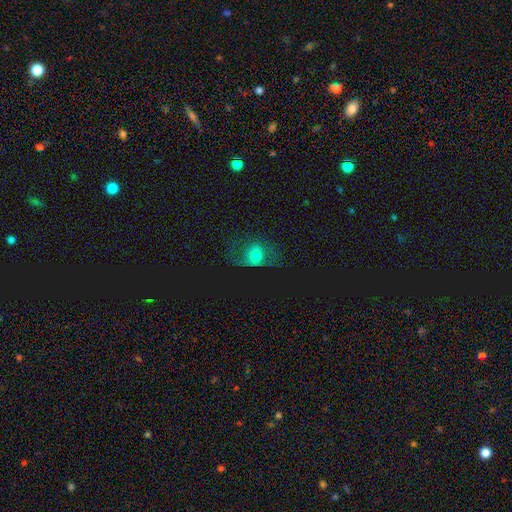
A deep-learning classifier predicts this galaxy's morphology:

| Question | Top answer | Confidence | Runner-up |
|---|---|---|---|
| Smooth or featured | smooth | 46% | featured or disk (38%) |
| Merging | none | 39% | major disturbance (37%) |